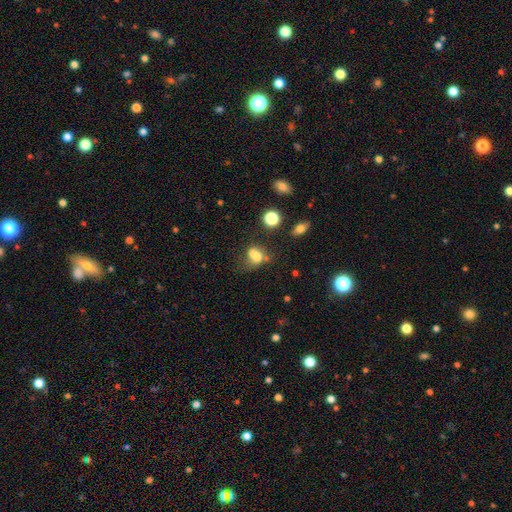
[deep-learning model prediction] The model was most divided on "how rounded": in between: 56%, round: 42%, cigar-shaped: 2%. Remaining: smooth or featured — smooth (65%); merging — merger (42%).